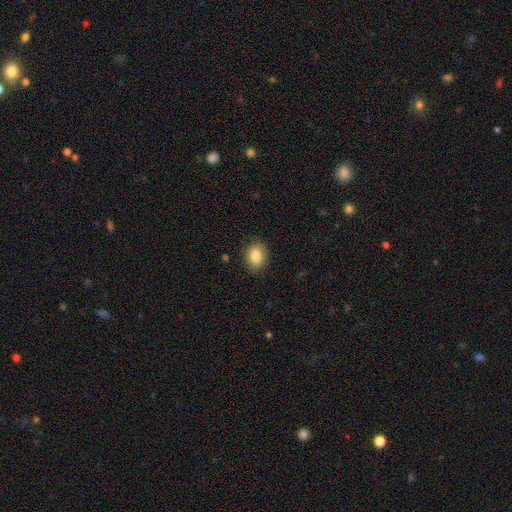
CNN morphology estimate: Smooth or featured? Predicted: smooth (p=0.84). How rounded? Predicted: in between (p=0.60). Merging? Predicted: none (p=0.88).